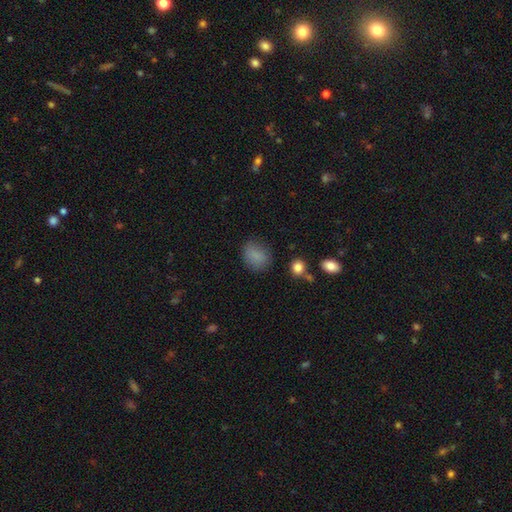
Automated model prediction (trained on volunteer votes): Overall: smooth (81%). How rounded: round (54%; in between 44%). Merging: none (75%).